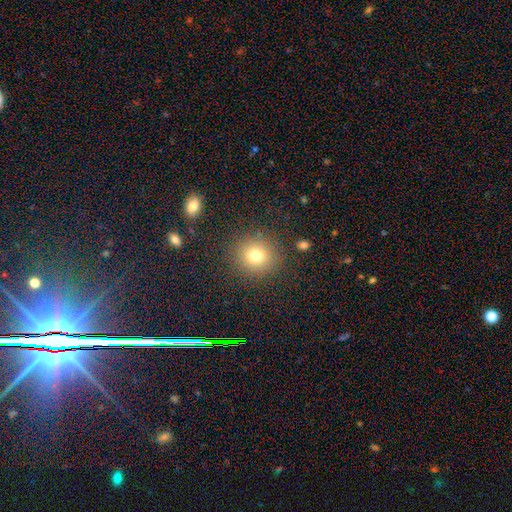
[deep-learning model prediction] The model was most divided on "smooth or featured": smooth: 76%, star or artifact: 15%, featured or disk: 9%. More confident: how rounded — round (90%); merging — none (88%).